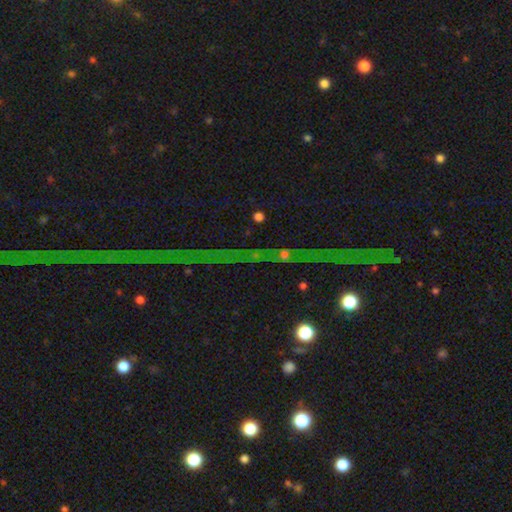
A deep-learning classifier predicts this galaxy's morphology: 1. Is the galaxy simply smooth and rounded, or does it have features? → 83% star or artifact, 10% featured or disk, 8% smooth.